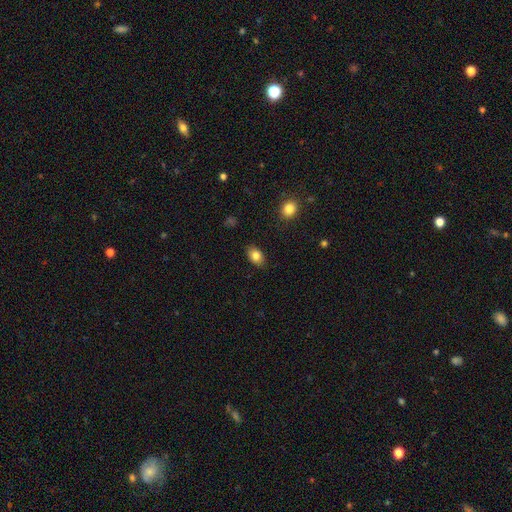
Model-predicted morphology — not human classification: This is clearly a smooth galaxy (81%). How rounded: clearly in between (85%). Merging: clearly none (86%).